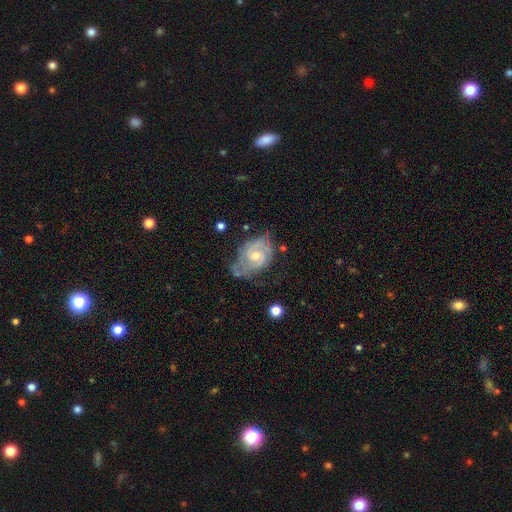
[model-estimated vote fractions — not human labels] Smooth or featured: featured or disk — 79% (smooth — 14%)
Edge-on disk: no — 96% (yes — 4%)
Bar: no — 57% (weak — 36%)
Spiral arms: yes — 89% (no — 11%)
Spiral winding: tight — 51% (medium — 37%)
Spiral arm count: 2 — 55% (can't tell — 26%)
Bulge size: moderate — 55% (small — 42%)
Merging: none — 50% (minor disturbance — 31%)